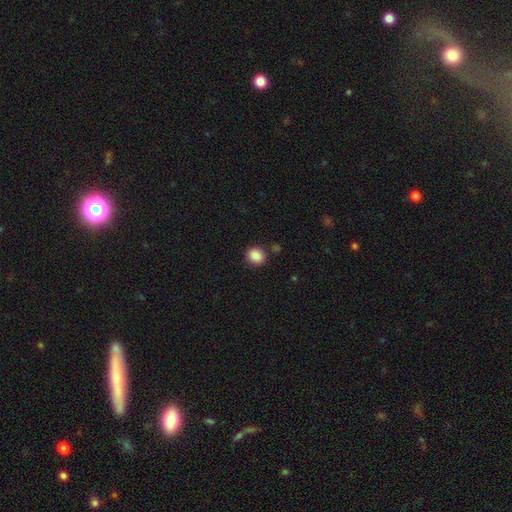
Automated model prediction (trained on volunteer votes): Overall: smooth (88%). How rounded: round (70%). Merging: none (84%).